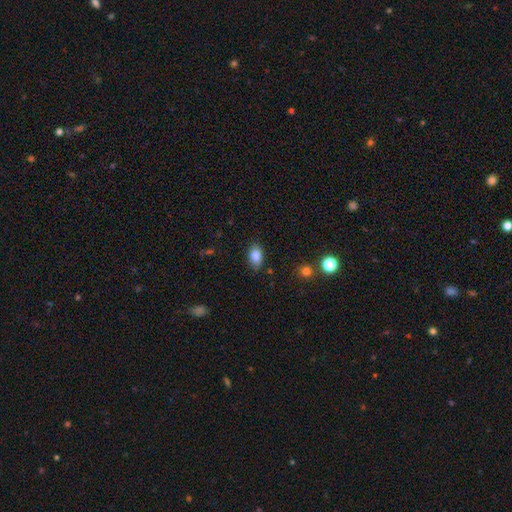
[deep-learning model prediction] Smooth or featured? Predicted: smooth (p=0.86). How rounded? Predicted: in between (p=0.88). Merging? Predicted: none (p=0.81).